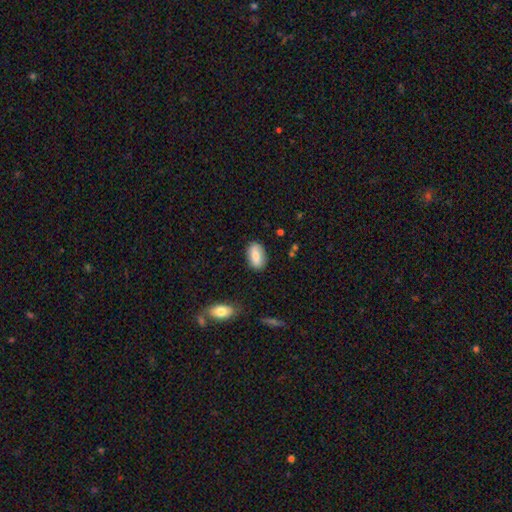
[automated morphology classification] This is clearly a smooth galaxy (81%). How rounded: clearly in between (90%). Merging: clearly none (83%).